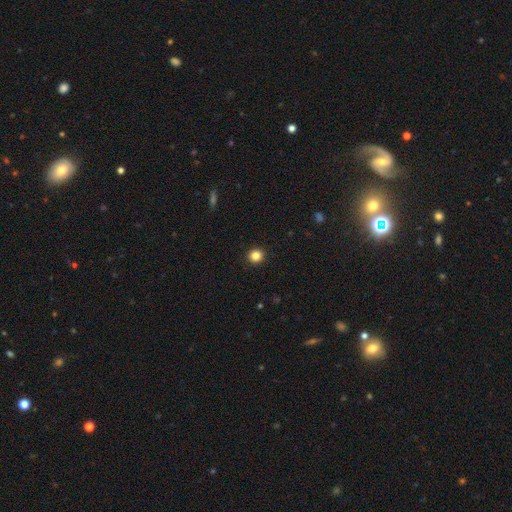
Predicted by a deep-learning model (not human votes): smooth 84%, star or artifact 12%, featured or disk 4%. Down the decision tree: how rounded — round (91%); merging — none (93%).